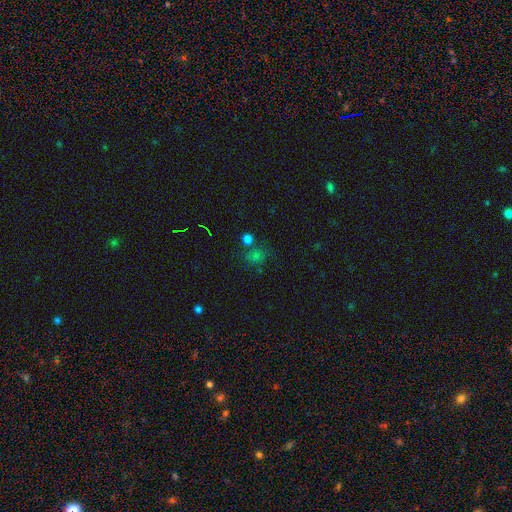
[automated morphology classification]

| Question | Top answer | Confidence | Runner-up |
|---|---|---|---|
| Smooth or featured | smooth | 48% | star or artifact (41%) |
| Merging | none | 66% | minor disturbance (14%) |